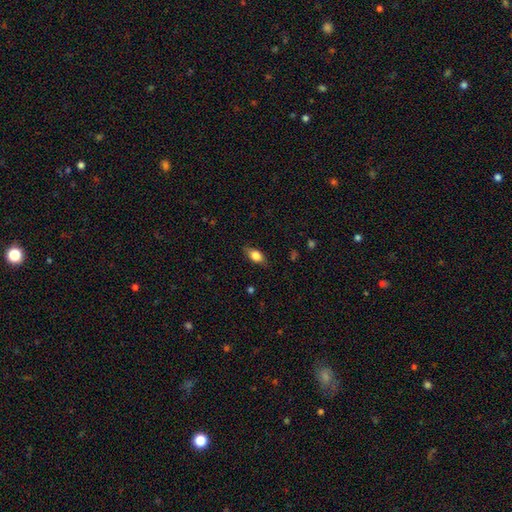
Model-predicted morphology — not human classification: smooth-or-featured: smooth: 79% | featured or disk: 13% | star or artifact: 8%
  how-rounded: in between: 85% | round: 8% | cigar-shaped: 7%
  merging: none: 82% | minor disturbance: 14% | major disturbance: 3% | merger: 1%